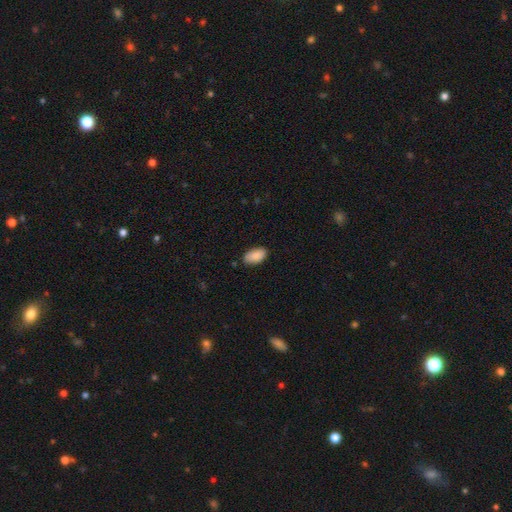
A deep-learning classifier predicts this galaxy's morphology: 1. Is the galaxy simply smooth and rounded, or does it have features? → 90% smooth, 7% star or artifact, 4% featured or disk.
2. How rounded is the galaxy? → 95% in between, 3% round, 2% cigar-shaped.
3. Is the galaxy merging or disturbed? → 83% none, 13% minor disturbance, 2% major disturbance, 1% merger.